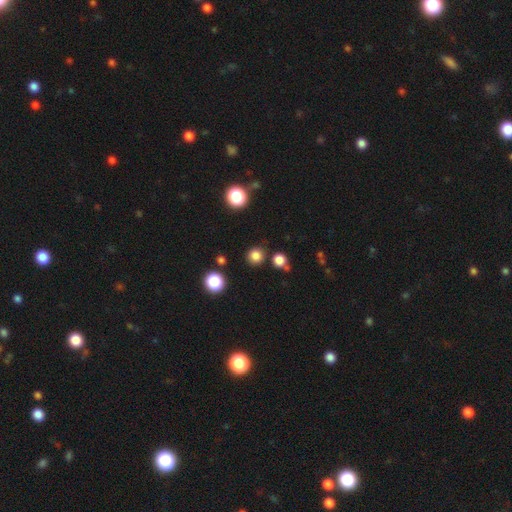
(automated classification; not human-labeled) A smooth galaxy with no disk features (81%) that is round (93%).

Vote fractions:
- Smooth or featured? smooth: 81% / star or artifact: 15% / featured or disk: 4%
- How rounded? round: 93% / in between: 6% / cigar-shaped: 1%
- Merging? none: 86% / minor disturbance: 6% / merger: 5% / major disturbance: 3%